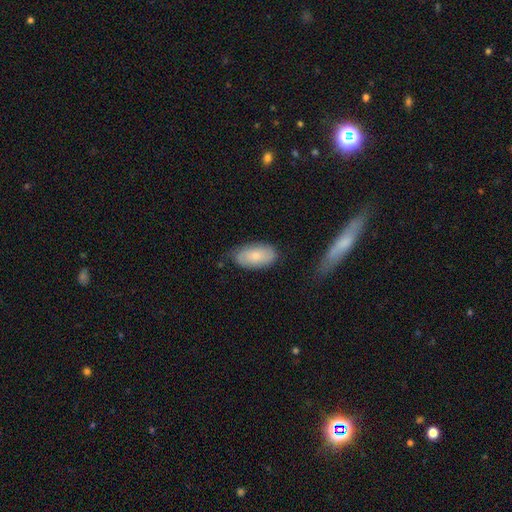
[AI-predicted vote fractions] smooth-or-featured: smooth: 68% | featured or disk: 26% | star or artifact: 6%
  how-rounded: in between: 94% | round: 4% | cigar-shaped: 2%
  merging: none: 68% | minor disturbance: 24% | major disturbance: 6% | merger: 3%